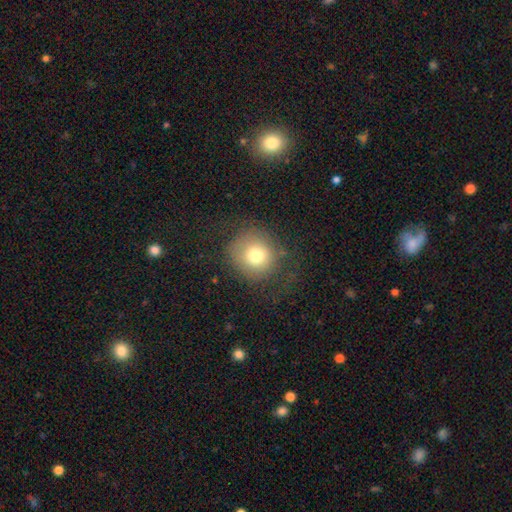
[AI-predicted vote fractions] Q: Smooth or featured?
A: smooth (72%); runner-up: featured or disk (15%)
Q: How rounded?
A: round (89%); runner-up: in between (10%)
Q: Merging?
A: none (64%); runner-up: minor disturbance (19%)